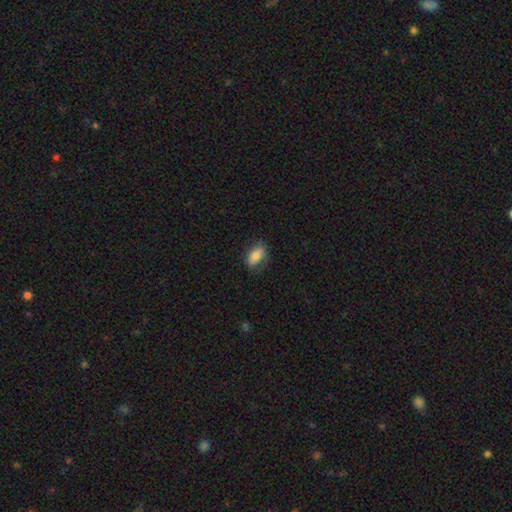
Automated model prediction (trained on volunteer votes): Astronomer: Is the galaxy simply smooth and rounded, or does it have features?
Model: smooth — 72%.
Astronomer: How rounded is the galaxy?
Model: in between — 87%.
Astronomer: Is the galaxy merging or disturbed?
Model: none — 69%.